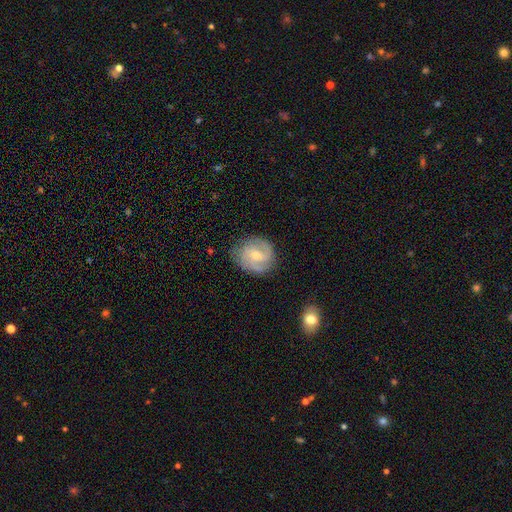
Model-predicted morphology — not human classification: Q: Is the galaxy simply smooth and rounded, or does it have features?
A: featured or disk — 72%.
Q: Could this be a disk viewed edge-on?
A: no — 98%.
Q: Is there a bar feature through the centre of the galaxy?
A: weak — 46%.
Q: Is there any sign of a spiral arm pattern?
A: yes — 93%.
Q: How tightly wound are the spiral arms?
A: medium — 45%.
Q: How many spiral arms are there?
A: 2 — 45%.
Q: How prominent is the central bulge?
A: small — 49%.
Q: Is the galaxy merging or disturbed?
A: none — 78%.